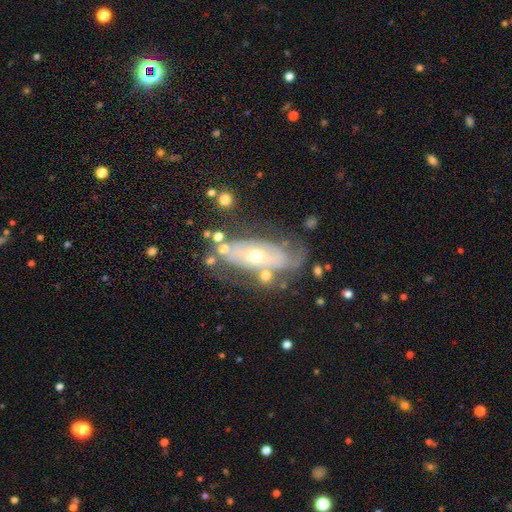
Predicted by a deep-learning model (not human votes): Q: Smooth or featured?
A: featured or disk (73%); runner-up: smooth (19%)
Q: Edge-on disk?
A: no (87%); runner-up: yes (13%)
Q: Bar?
A: no (75%); runner-up: weak (17%)
Q: Spiral arms?
A: yes (67%); runner-up: no (33%)
Q: Bulge size?
A: small (48%); runner-up: moderate (47%)
Q: Merging?
A: none (58%); runner-up: minor disturbance (21%)